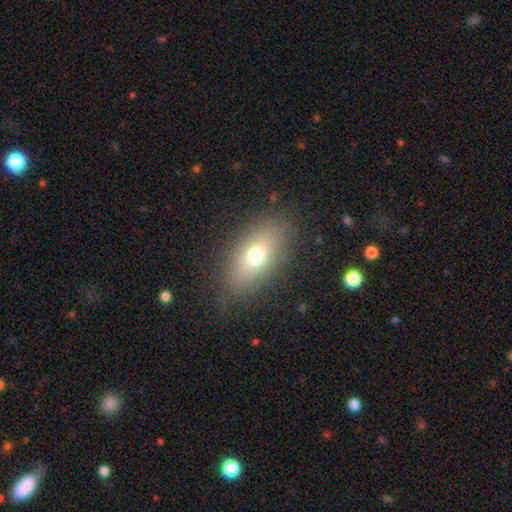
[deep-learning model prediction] The model was most divided on "smooth or featured": smooth: 70%, featured or disk: 19%, star or artifact: 11%. More confident: how rounded — in between (84%); merging — none (83%).